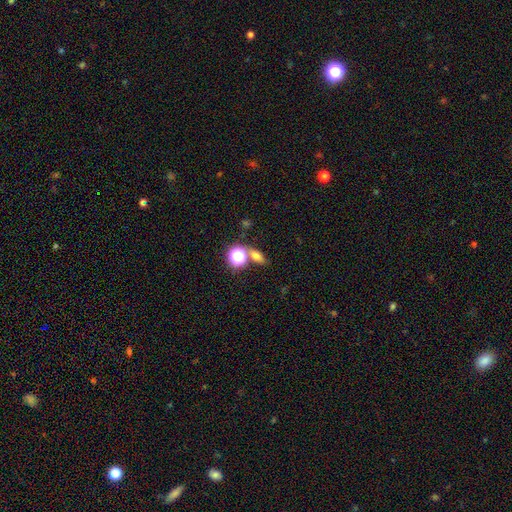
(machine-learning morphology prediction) The model was most divided on "how rounded": in between: 61%, round: 31%, cigar-shaped: 8%. More confident: merging — none (66%); smooth or featured — smooth (65%).